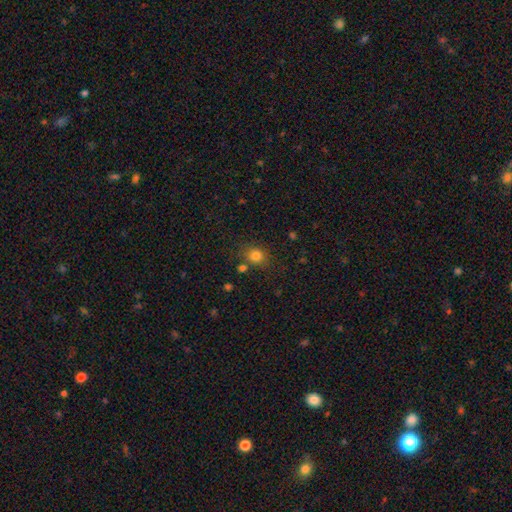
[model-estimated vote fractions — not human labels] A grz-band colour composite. It shows a smooth galaxy with no disk features (81%) that is round (73%). Merging: none (75%).